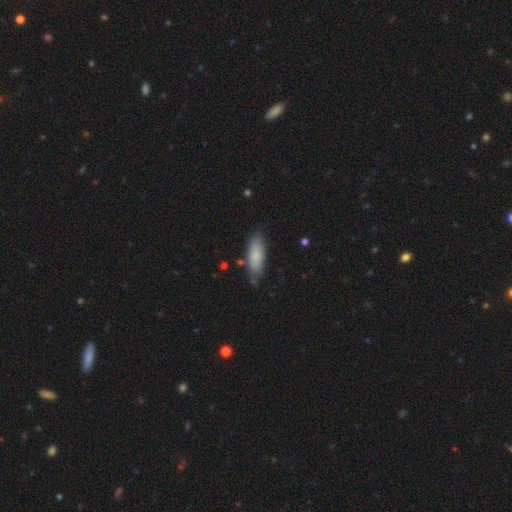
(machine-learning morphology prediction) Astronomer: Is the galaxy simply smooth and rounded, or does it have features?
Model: smooth — 81%.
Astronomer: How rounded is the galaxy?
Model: in between — 70%.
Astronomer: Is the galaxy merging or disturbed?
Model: none — 75%.